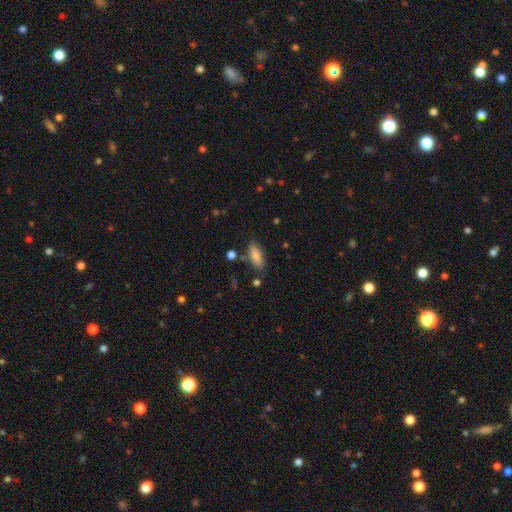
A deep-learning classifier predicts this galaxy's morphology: smooth-or-featured: smooth: 83% | featured or disk: 10% | star or artifact: 7%
  how-rounded: in between: 75% | cigar-shaped: 23% | round: 2%
  merging: none: 77% | minor disturbance: 15% | merger: 5% | major disturbance: 4%